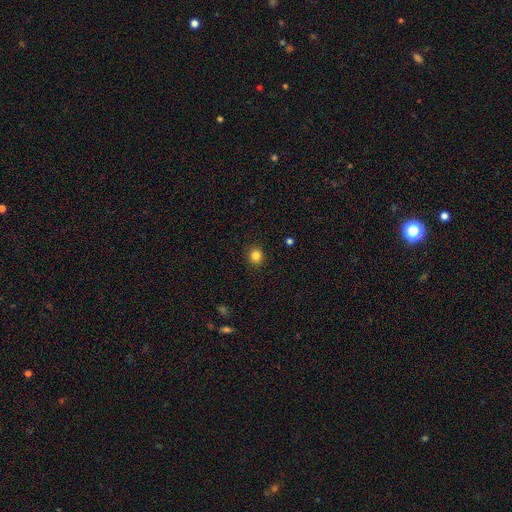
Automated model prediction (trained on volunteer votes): smooth_or_featured: smooth (p=0.84) [alt: star or artifact p=0.11]
how_rounded: round (p=0.84) [alt: in between p=0.15]
merging: none (p=0.91) [alt: minor disturbance p=0.06]